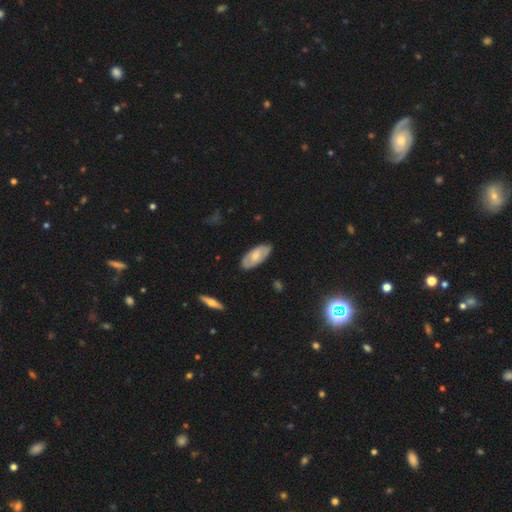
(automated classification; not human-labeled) A smooth galaxy with no disk features (58%) that is in between round and cigar-shaped (90%).

Vote fractions:
- Smooth or featured? smooth: 58% / featured or disk: 37% / star or artifact: 6%
- How rounded? in between: 90% / cigar-shaped: 8% / round: 2%
- Merging? none: 82% / minor disturbance: 14% / major disturbance: 2% / merger: 1%